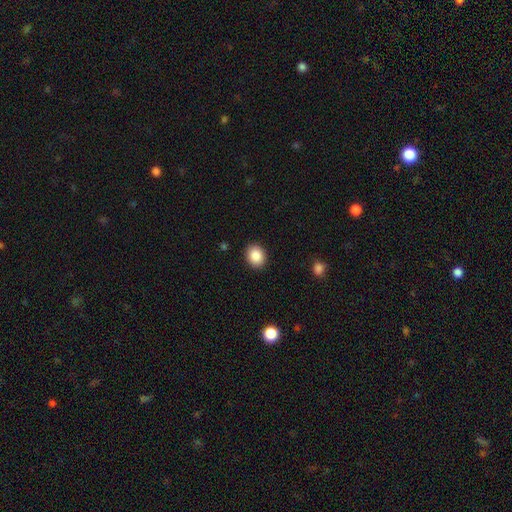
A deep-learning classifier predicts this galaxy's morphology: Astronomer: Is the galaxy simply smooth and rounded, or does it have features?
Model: smooth — 87%.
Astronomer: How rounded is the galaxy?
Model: round — 57% (runner-up: in between, 43%).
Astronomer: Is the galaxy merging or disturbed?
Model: none — 90%.